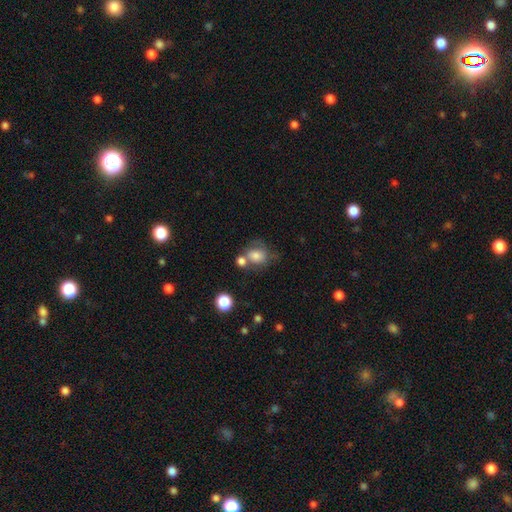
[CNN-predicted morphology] smooth-or-featured: smooth: 72% | featured or disk: 18% | star or artifact: 10%
  how-rounded: round: 56% | in between: 43% | cigar-shaped: 1%
  merging: none: 37% | merger: 32% | minor disturbance: 18% | major disturbance: 13%